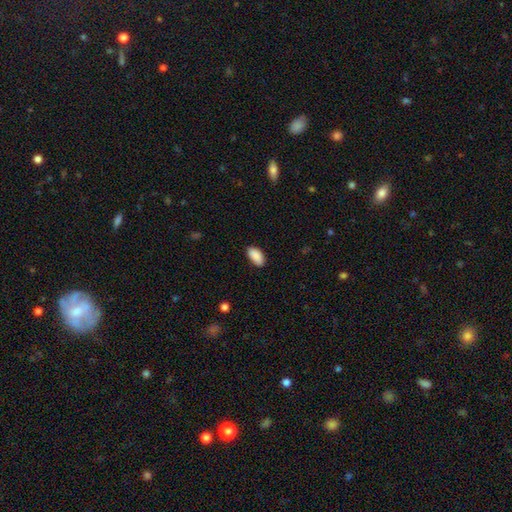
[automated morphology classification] Smooth or featured: smooth — 90% (star or artifact — 7%)
How rounded: in between — 94% (cigar-shaped — 4%)
Merging: none — 84% (minor disturbance — 12%)